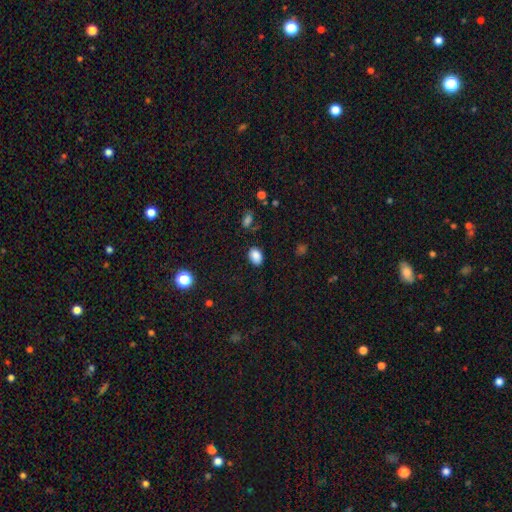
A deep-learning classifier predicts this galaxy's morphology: Smooth or featured?
  - smooth: 86% *
  - star or artifact: 10%
  - featured or disk: 4%
How rounded?
  - in between: 78% *
  - round: 21%
  - cigar-shaped: 1%
Merging?
  - none: 84% *
  - minor disturbance: 11%
  - major disturbance: 3%
  - merger: 2%